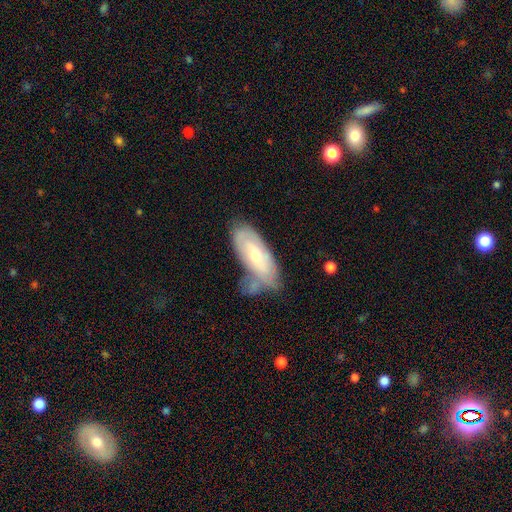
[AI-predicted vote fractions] Smooth or featured? Predicted: featured or disk (p=0.51). Edge-on disk? Predicted: no (p=0.84). Merging? Predicted: none (p=0.44).